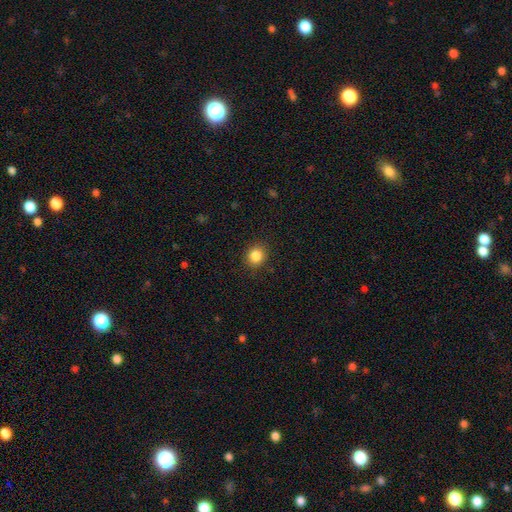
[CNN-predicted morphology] Smooth or featured? Predicted: smooth (p=0.85). How rounded? Predicted: round (p=0.84). Merging? Predicted: none (p=0.90).